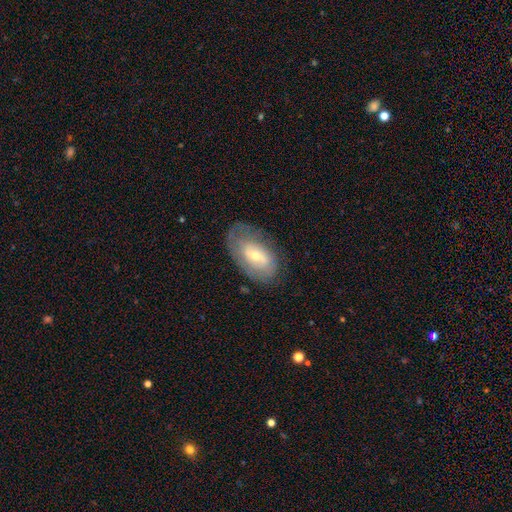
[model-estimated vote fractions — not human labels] This appears to be a featured or disk galaxy (53%). Merging: none (63%).